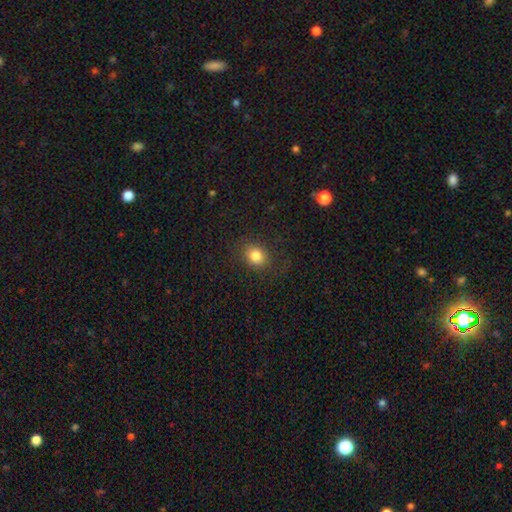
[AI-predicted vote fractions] Morphology: type=smooth (83%); roundness=round (60%); merging=none (83%).